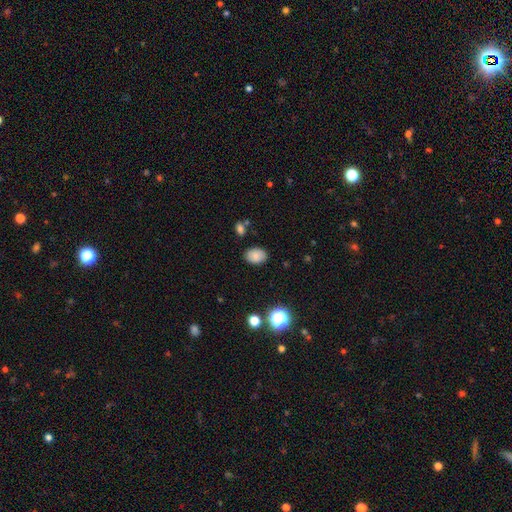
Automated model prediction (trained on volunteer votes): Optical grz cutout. It shows a smooth galaxy with no disk features (84%) that is in between round and cigar-shaped (76%). Merging: none (85%).